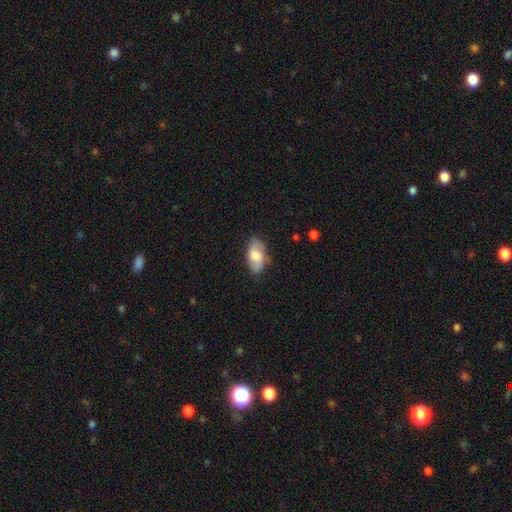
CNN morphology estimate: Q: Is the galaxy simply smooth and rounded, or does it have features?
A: smooth — 63%.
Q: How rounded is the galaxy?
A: in between — 92%.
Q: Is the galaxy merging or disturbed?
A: none — 78%.